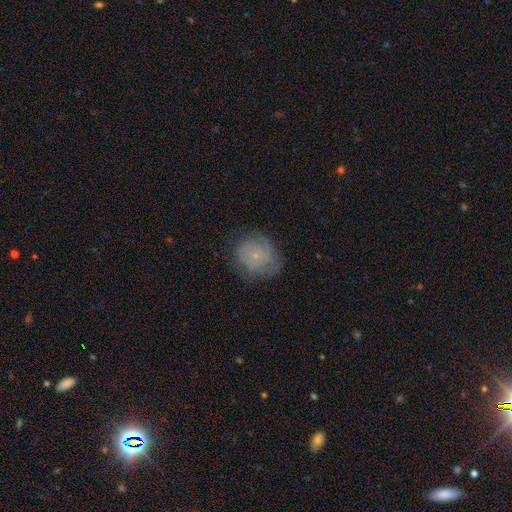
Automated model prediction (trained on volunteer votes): Morphology: type=smooth (58%); roundness=round (81%); merging=none (64%).